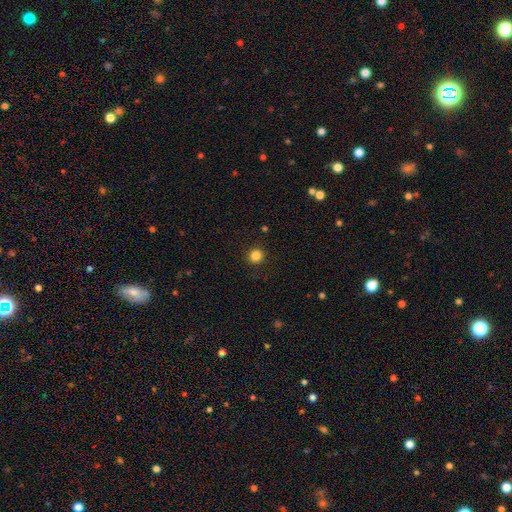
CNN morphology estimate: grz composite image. It shows a smooth galaxy with no disk features (85%) that is round (91%). Merging: none (91%).